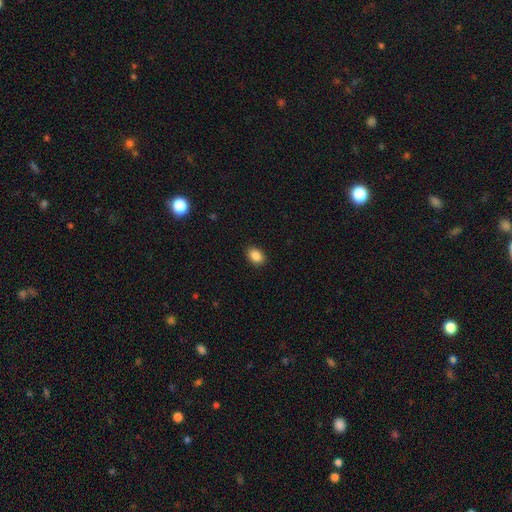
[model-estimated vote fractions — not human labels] Smooth or featured? smooth (88%)
How rounded? in between (77%)
Merging? none (89%)